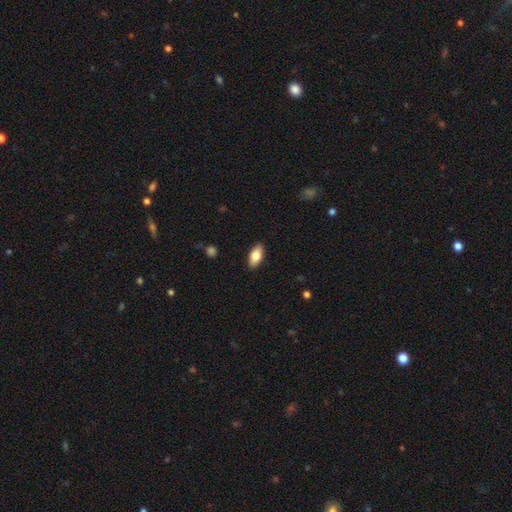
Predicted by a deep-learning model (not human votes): Smooth or featured?
  - smooth: 77% *
  - featured or disk: 16%
  - star or artifact: 6%
How rounded?
  - in between: 88% *
  - cigar-shaped: 9%
  - round: 3%
Merging?
  - none: 89% *
  - minor disturbance: 8%
  - major disturbance: 2%
  - merger: 1%